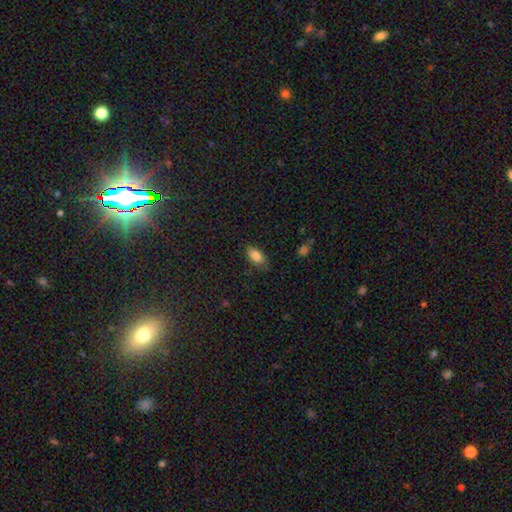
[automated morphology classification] type=smooth (83%); roundness=in between (90%); merging=none (78%).